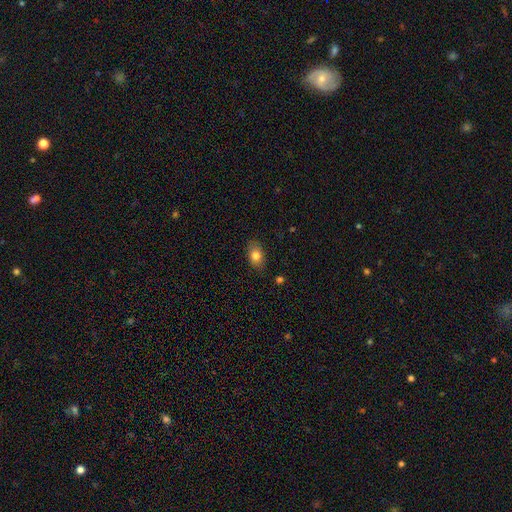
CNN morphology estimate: This appears to be a smooth galaxy with no disk features (80%) that is in between round and cigar-shaped (83%). Merging: none (82%).